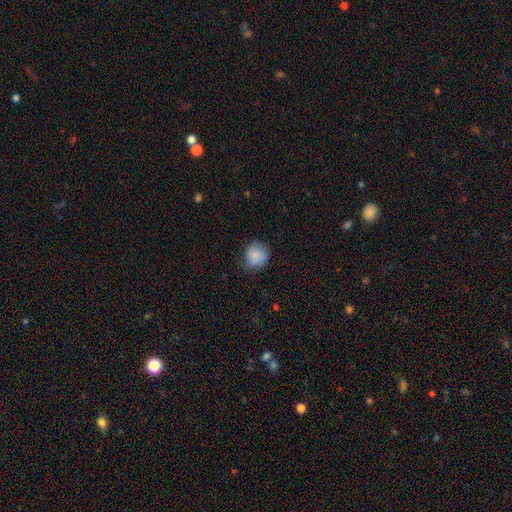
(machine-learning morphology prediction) smooth 83%, featured or disk 9%, star or artifact 7%. Down the decision tree: how rounded — round (81%); merging — none (70%).